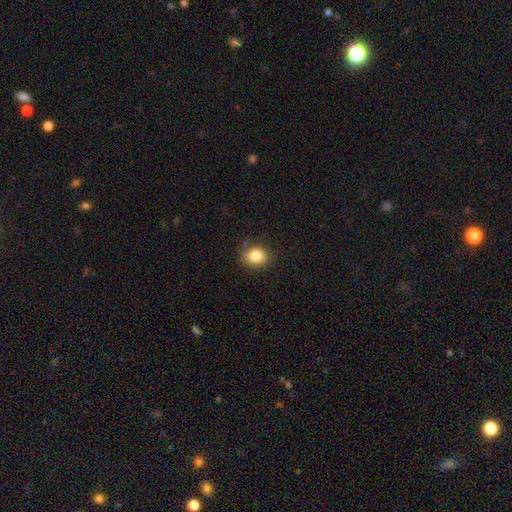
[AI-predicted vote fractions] Smooth or featured?
  - smooth: 84% *
  - star or artifact: 10%
  - featured or disk: 6%
How rounded?
  - round: 59% *
  - in between: 40%
  - cigar-shaped: 1%
Merging?
  - none: 82% *
  - minor disturbance: 13%
  - major disturbance: 3%
  - merger: 2%